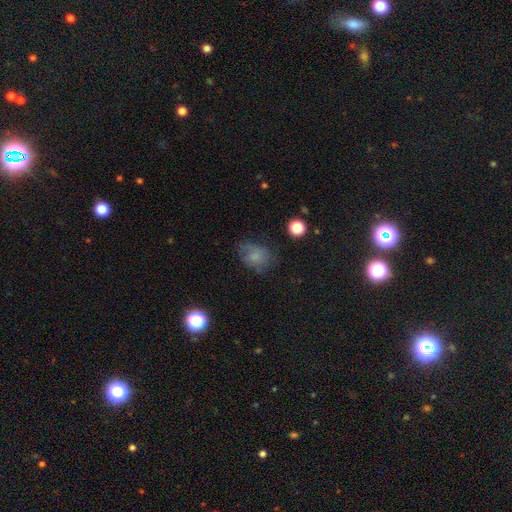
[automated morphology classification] smooth_or_featured: smooth (p=0.67) [alt: featured or disk p=0.20]
how_rounded: in between (p=0.64) [alt: round p=0.35]
merging: none (p=0.55) [alt: minor disturbance p=0.27]